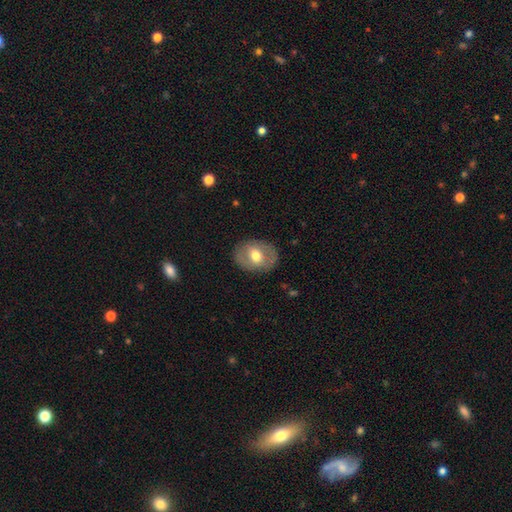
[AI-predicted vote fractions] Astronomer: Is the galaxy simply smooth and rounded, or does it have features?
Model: smooth — 57% (runner-up: featured or disk, 37%).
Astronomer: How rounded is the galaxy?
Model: in between — 58% (runner-up: round, 41%).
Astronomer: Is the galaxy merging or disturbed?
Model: none — 84%.